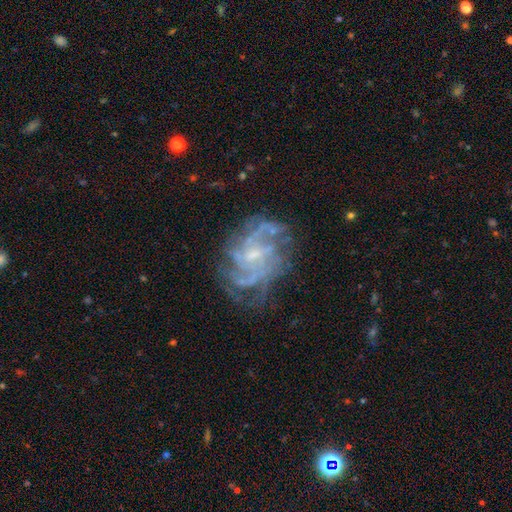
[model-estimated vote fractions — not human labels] Smooth or featured? Predicted: featured or disk (p=0.82). Edge-on disk? Predicted: no (p=0.97). Bar? Predicted: no (p=0.53). Spiral arms? Predicted: yes (p=0.94). Spiral winding? Predicted: tight (p=0.49). Spiral arm count? Predicted: can't tell (p=0.30). Bulge size? Predicted: small (p=0.69). Merging? Predicted: none (p=0.71).